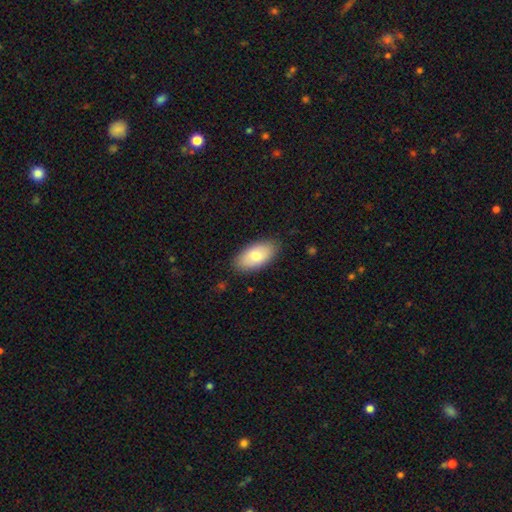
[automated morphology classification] Smooth or featured?
  - smooth: 78% *
  - featured or disk: 16%
  - star or artifact: 6%
How rounded?
  - in between: 94% *
  - cigar-shaped: 3%
  - round: 3%
Merging?
  - none: 85% *
  - minor disturbance: 12%
  - major disturbance: 2%
  - merger: 1%